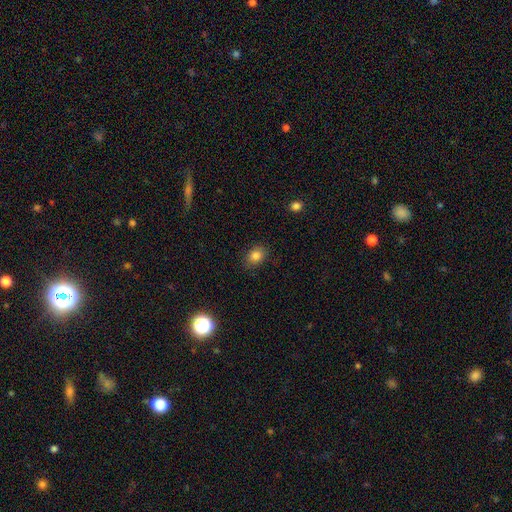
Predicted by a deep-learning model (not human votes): Smooth or featured? Predicted: smooth (p=0.82). How rounded? Predicted: in between (p=0.58). Merging? Predicted: none (p=0.84).